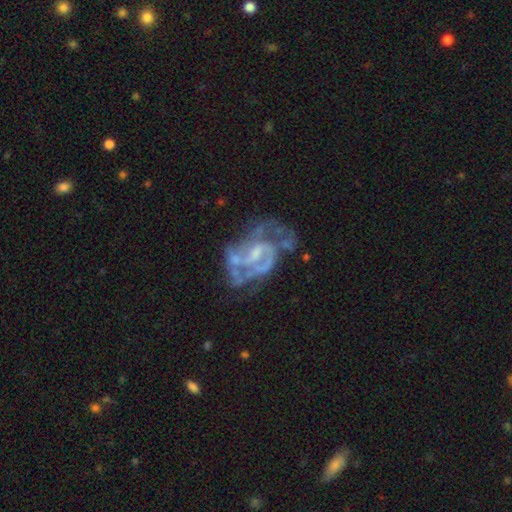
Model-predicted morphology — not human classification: featured or disk 86%, smooth 7%, star or artifact 7%. Down the decision tree: edge-on disk — no (98%); bar — weak (50%); spiral arms — yes (87%); spiral arm count — 2 (51%); spiral winding — medium (49%); bulge size — small (40%); merging — none (39%).